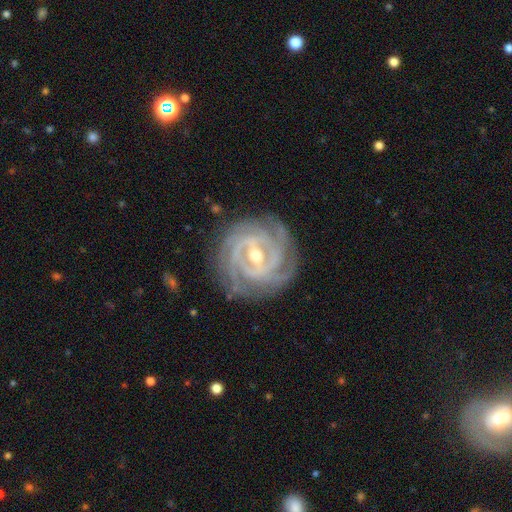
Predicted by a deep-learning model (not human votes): This is clearly a featured or disk galaxy (91%). It is clearly not viewed edge-on (97%). Bar: possibly weak (45%). Spiral arm pattern: clearly yes (97%). Spiral arm count: marginally 3 (29%). Spiral winding: likely tight (79%). Central bulge: possibly moderate (59%). Merging: clearly none (81%).